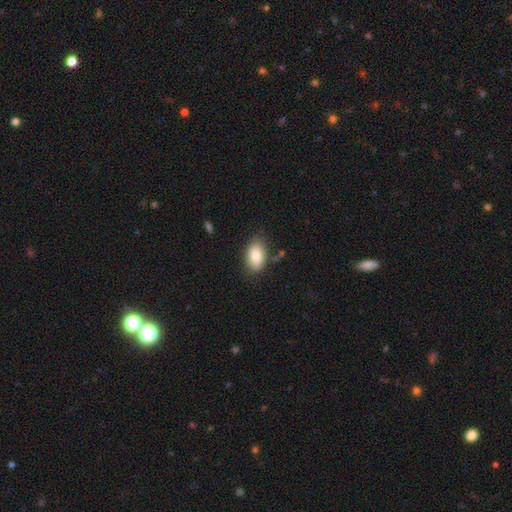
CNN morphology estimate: type=smooth (83%); roundness=in between (91%); merging=none (77%).